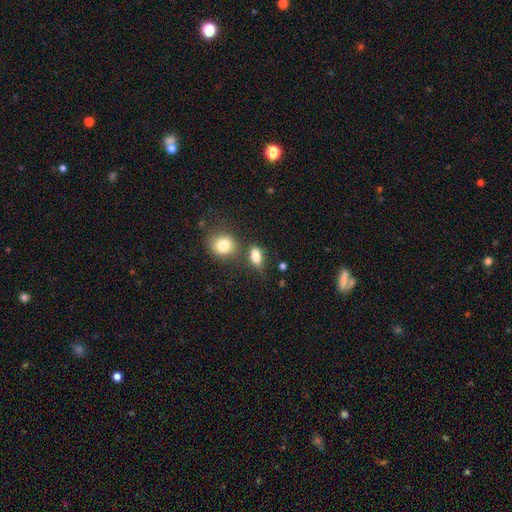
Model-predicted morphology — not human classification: This is clearly a smooth galaxy (83%). How rounded: likely in between (78%). Merging: possibly none (56%).